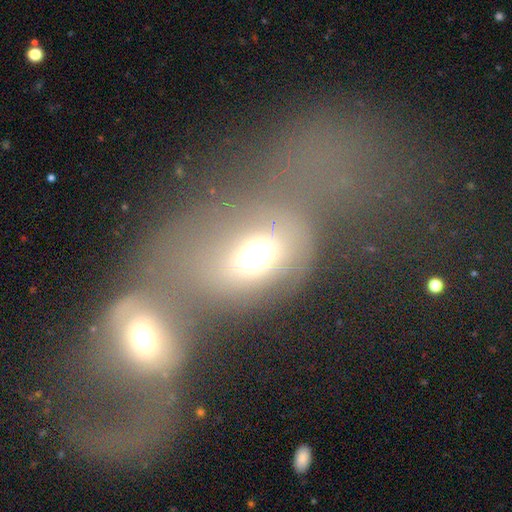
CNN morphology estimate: Smooth or featured? Predicted: smooth (p=0.57). How rounded? Predicted: in between (p=0.67). Merging? Predicted: none (p=0.59).